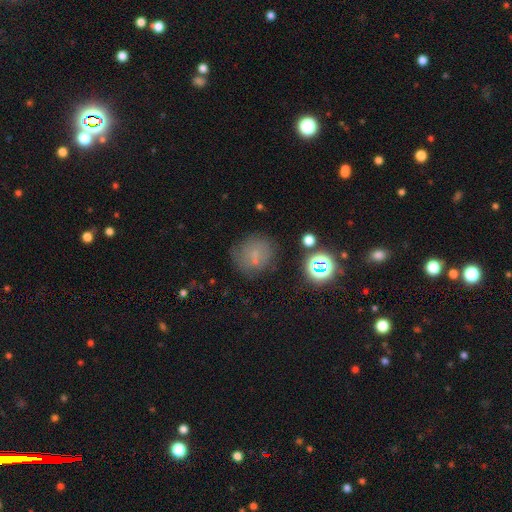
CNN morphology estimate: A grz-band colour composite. It shows a smooth galaxy with no disk features (53%) that is round (86%). Merging: none (79%).